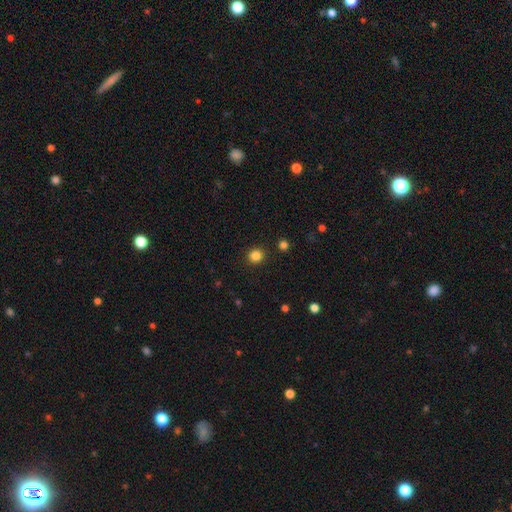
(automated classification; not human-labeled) smooth-or-featured: smooth: 84% | star or artifact: 12% | featured or disk: 4%
  how-rounded: round: 90% | in between: 10% | cigar-shaped: 1%
  merging: none: 91% | minor disturbance: 5% | major disturbance: 2% | merger: 2%